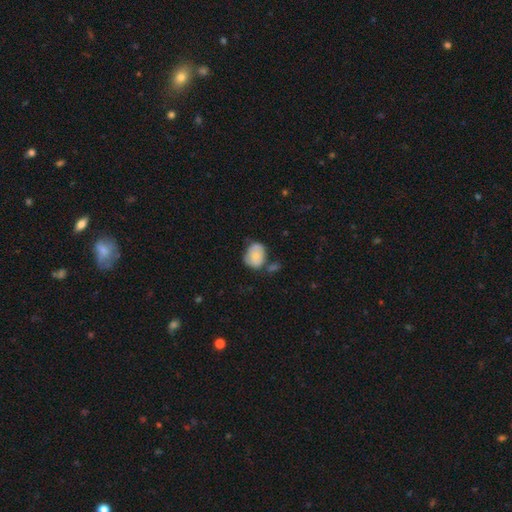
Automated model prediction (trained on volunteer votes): Smooth or featured? smooth (73%)
How rounded? in between (60%)
Merging? none (45%)